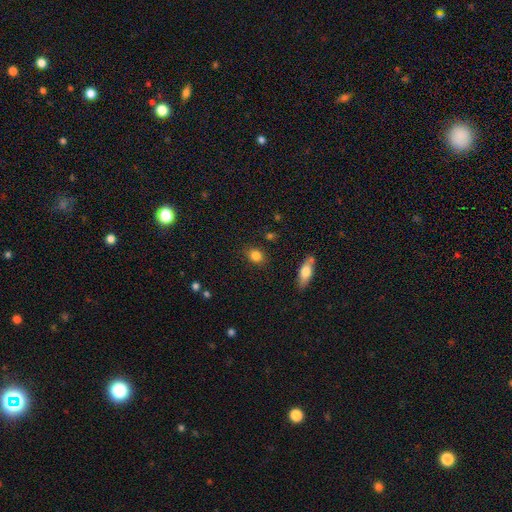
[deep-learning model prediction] Morphology: type=smooth (84%); roundness=round (53%); merging=none (86%).